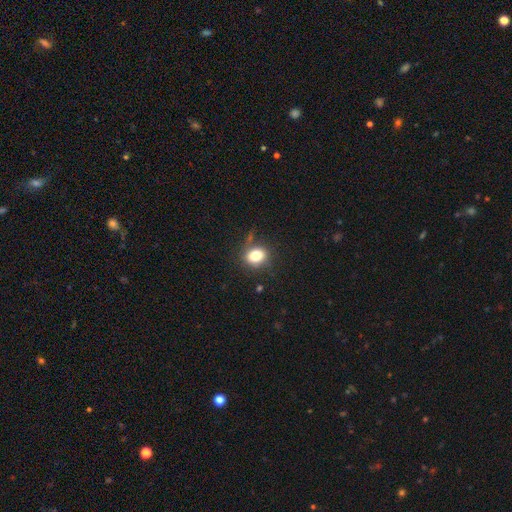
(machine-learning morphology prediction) The model was most divided on "how rounded": round: 55%, in between: 44%, cigar-shaped: 1%. More confident: smooth or featured — smooth (80%); merging — none (75%).